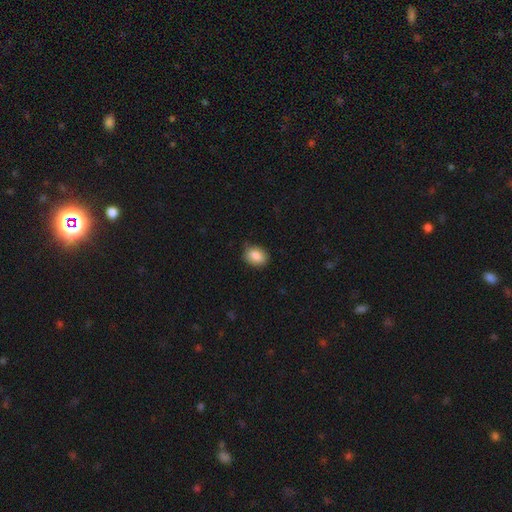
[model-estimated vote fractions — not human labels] A smooth galaxy with no disk features (86%) that is in between round and cigar-shaped (64%).

Vote fractions:
- Smooth or featured? smooth: 86% / star or artifact: 8% / featured or disk: 6%
- How rounded? in between: 64% / round: 35% / cigar-shaped: 1%
- Merging? none: 76% / minor disturbance: 20% / major disturbance: 3% / merger: 1%